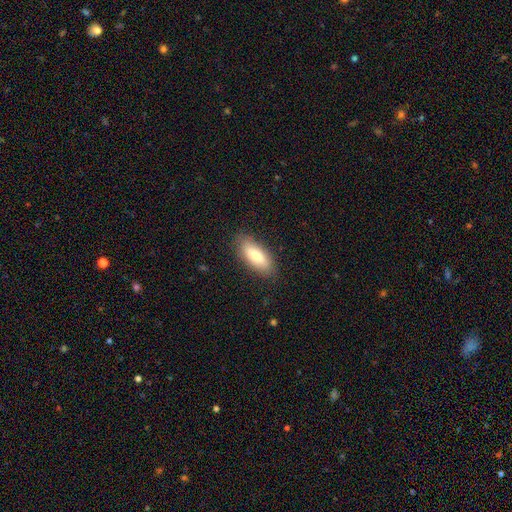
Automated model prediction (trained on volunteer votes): Overall: smooth (77%). How rounded: in between (76%). Merging: none (85%).